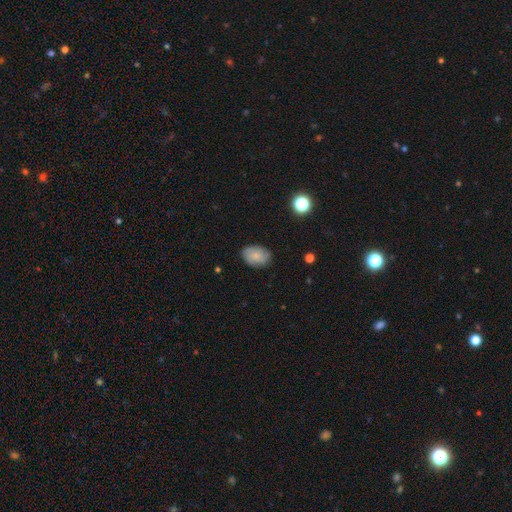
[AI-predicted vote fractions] Q: Smooth or featured?
A: smooth (69%); runner-up: featured or disk (23%)
Q: How rounded?
A: in between (74%); runner-up: round (25%)
Q: Merging?
A: none (78%); runner-up: minor disturbance (17%)